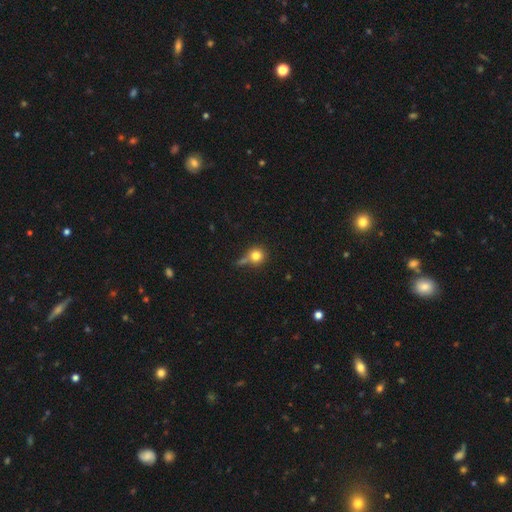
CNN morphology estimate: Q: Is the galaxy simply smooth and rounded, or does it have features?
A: smooth — 78%.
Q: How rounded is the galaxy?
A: round — 88%.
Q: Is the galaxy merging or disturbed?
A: none — 54%.